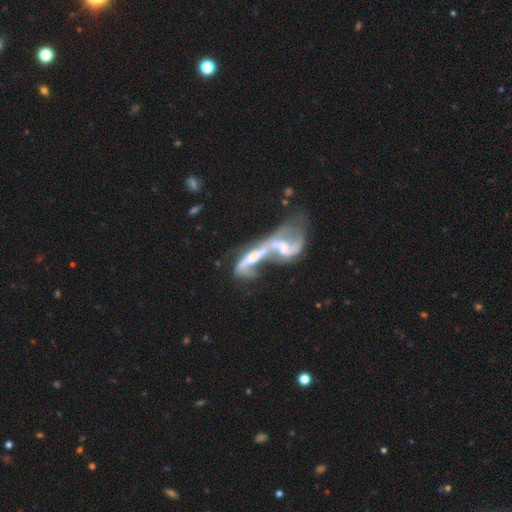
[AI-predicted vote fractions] A featured or disk galaxy (73%) with no bar (50%), spiral arms (66%) and a small central bulge (32%).

Vote fractions:
- Smooth or featured? featured or disk: 73% / smooth: 18% / star or artifact: 9%
- Edge-on disk? no: 87% / yes: 13%
- Bar? no: 50% / weak: 29% / strong: 21%
- Spiral arms? yes: 66% / no: 34%
- Bulge size? small: 32% / none: 31% / moderate: 29% / large: 6% / dominant: 2%
- Merging? merger: 78% / major disturbance: 11% / none: 7% / minor disturbance: 4%